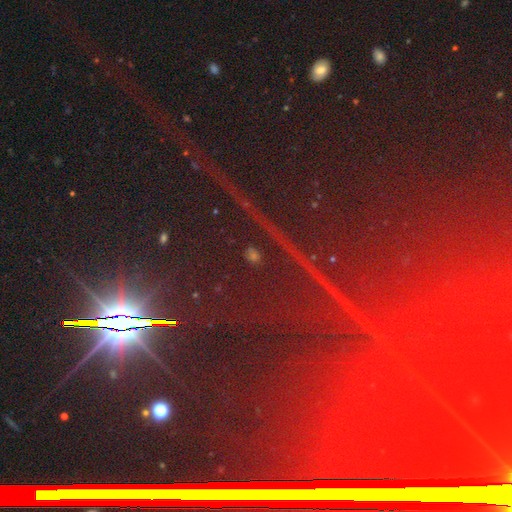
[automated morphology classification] star or artifact 88%, featured or disk 7%, smooth 5%.